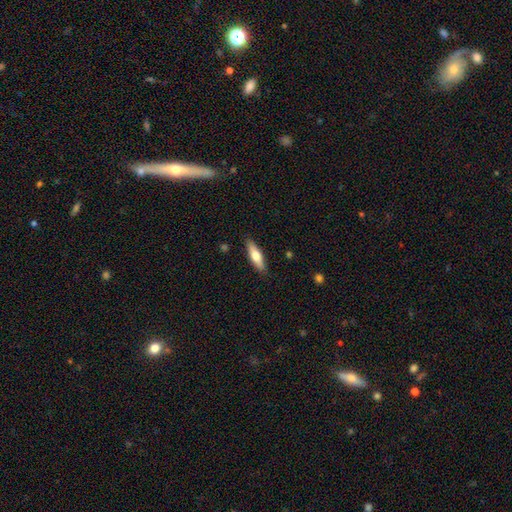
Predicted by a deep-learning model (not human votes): A smooth galaxy with no disk features (64%) that is cigar-shaped (60%).

Vote fractions:
- Smooth or featured? smooth: 64% / featured or disk: 30% / star or artifact: 6%
- How rounded? cigar-shaped: 60% / in between: 38% / round: 2%
- Merging? none: 88% / minor disturbance: 9% / major disturbance: 2% / merger: 1%